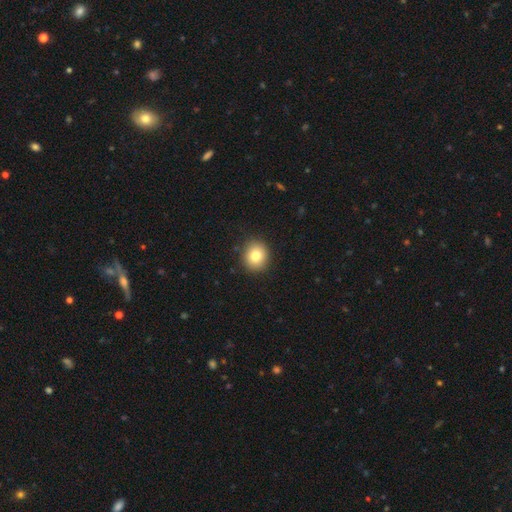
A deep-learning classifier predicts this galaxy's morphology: This appears to be a smooth galaxy with no disk features (80%) that is round (77%). Merging: none (90%).